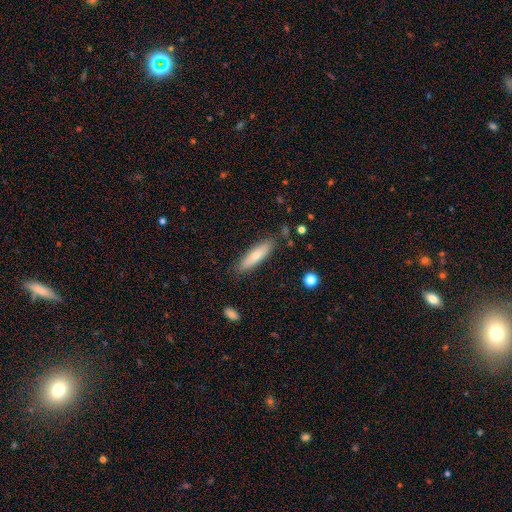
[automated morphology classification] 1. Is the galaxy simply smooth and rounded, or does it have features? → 64% smooth, 30% featured or disk, 6% star or artifact.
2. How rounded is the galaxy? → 69% cigar-shaped, 29% in between, 2% round.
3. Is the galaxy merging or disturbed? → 84% none, 11% minor disturbance, 2% major disturbance, 2% merger.